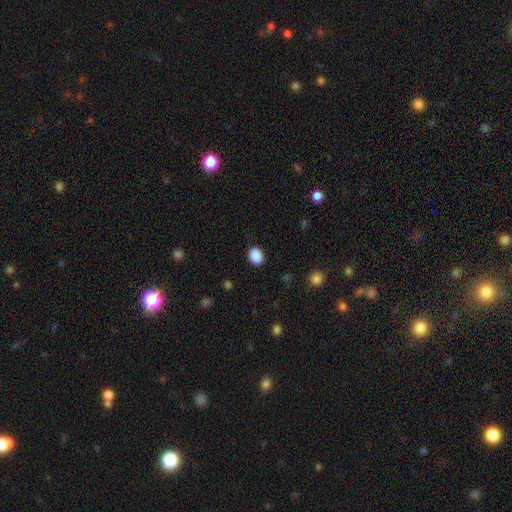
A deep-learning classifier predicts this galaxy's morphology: Overall: smooth (89%). How rounded: round (56%; in between 43%). Merging: none (89%).